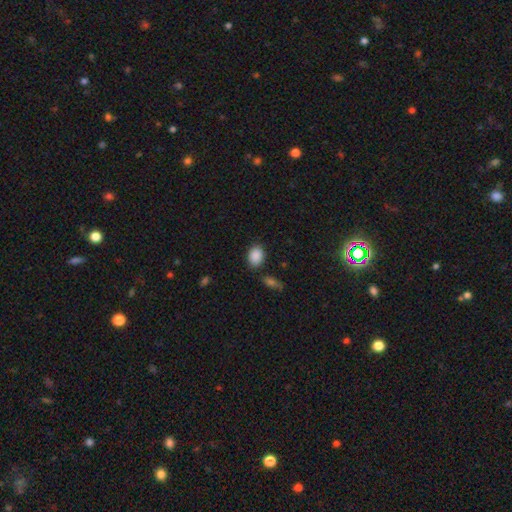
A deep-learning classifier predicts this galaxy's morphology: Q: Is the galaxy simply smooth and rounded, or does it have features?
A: smooth — 89%.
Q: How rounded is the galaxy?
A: in between — 69%.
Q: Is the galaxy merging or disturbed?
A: none — 80%.